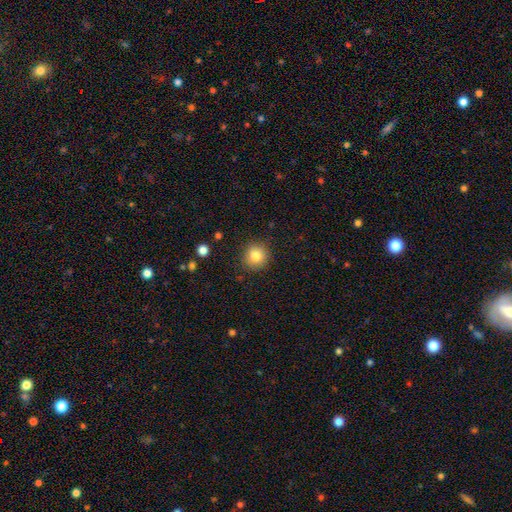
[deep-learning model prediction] smooth 83%, star or artifact 10%, featured or disk 6%. Down the decision tree: how rounded — round (91%); merging — none (88%).